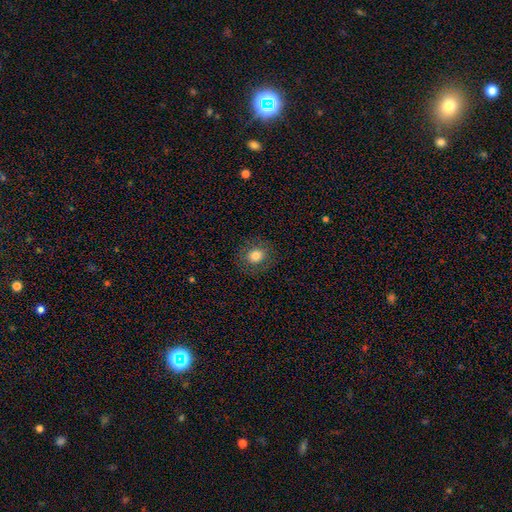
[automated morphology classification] Smooth or featured? Predicted: smooth (p=0.76). How rounded? Predicted: round (p=0.78). Merging? Predicted: none (p=0.86).